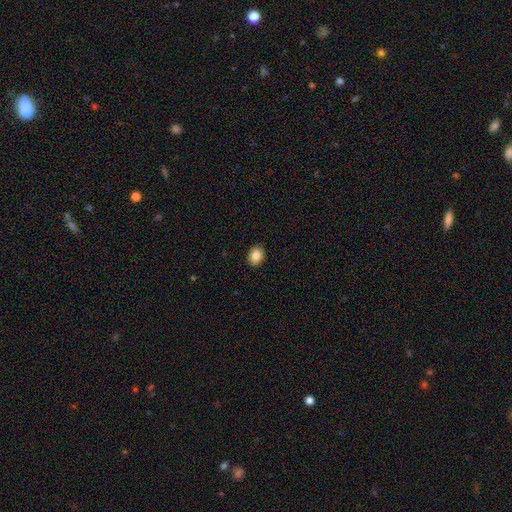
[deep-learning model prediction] Q: Smooth or featured?
A: smooth (85%); runner-up: star or artifact (8%)
Q: How rounded?
A: in between (60%); runner-up: round (39%)
Q: Merging?
A: none (90%); runner-up: minor disturbance (7%)